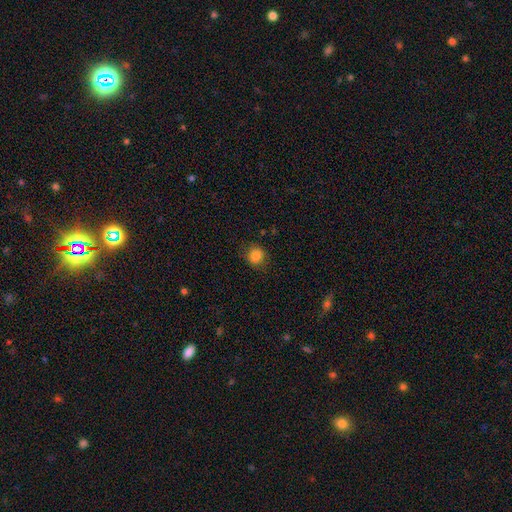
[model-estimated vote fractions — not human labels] Smooth or featured?
  - smooth: 85% *
  - star or artifact: 11%
  - featured or disk: 5%
How rounded?
  - round: 82% *
  - in between: 17%
  - cigar-shaped: 1%
Merging?
  - none: 82% *
  - minor disturbance: 13%
  - major disturbance: 4%
  - merger: 1%